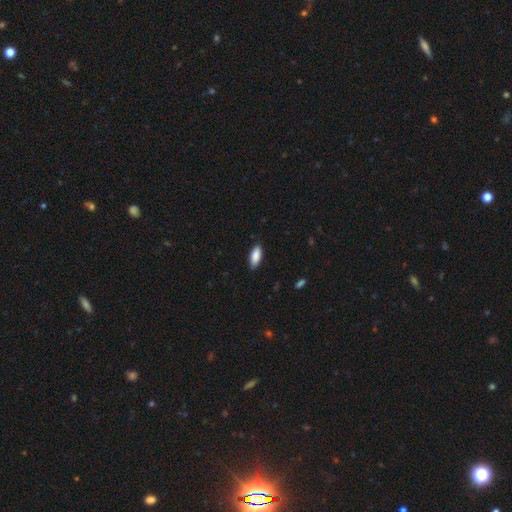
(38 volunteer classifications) Q: Smooth or featured?
A: smooth (89%); runner-up: featured or disk (5%)
Q: How rounded?
A: in between (79%); runner-up: cigar-shaped (21%)
Q: Merging?
A: none (89%); runner-up: minor disturbance (11%)